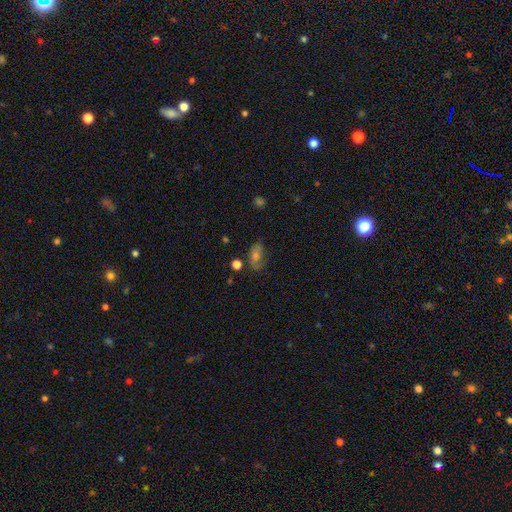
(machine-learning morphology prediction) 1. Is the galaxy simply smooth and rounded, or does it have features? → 43% smooth, 36% featured or disk, 21% star or artifact.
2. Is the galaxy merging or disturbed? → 67% none, 21% minor disturbance, 9% major disturbance, 4% merger.